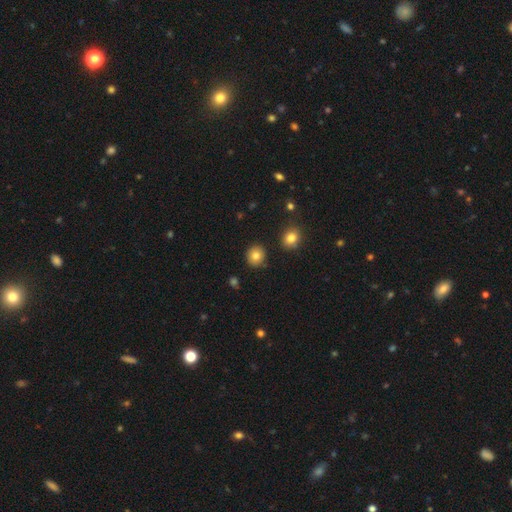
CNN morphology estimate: Overall: smooth (83%). How rounded: round (87%). Merging: none (90%).